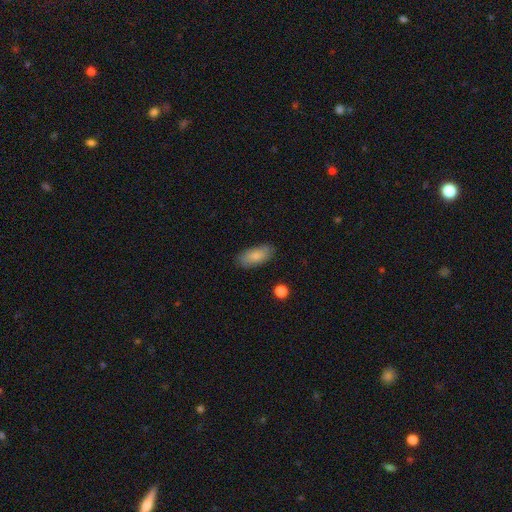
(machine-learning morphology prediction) Smooth or featured: smooth — 84% (featured or disk — 9%)
How rounded: in between — 87% (cigar-shaped — 10%)
Merging: none — 84% (minor disturbance — 12%)